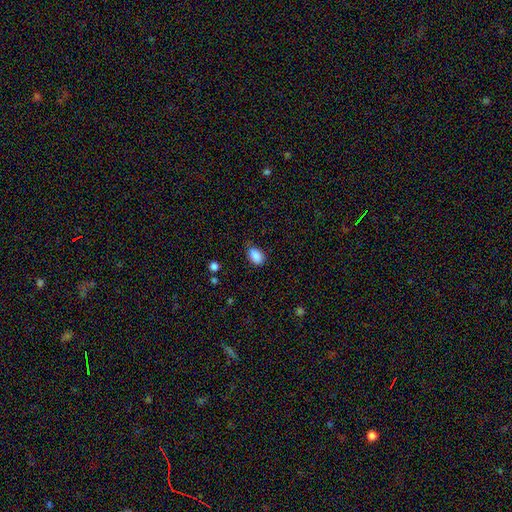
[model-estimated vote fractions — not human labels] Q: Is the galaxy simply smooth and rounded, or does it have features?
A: smooth — 88%.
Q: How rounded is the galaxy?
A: in between — 89%.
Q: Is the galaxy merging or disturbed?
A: none — 71%.